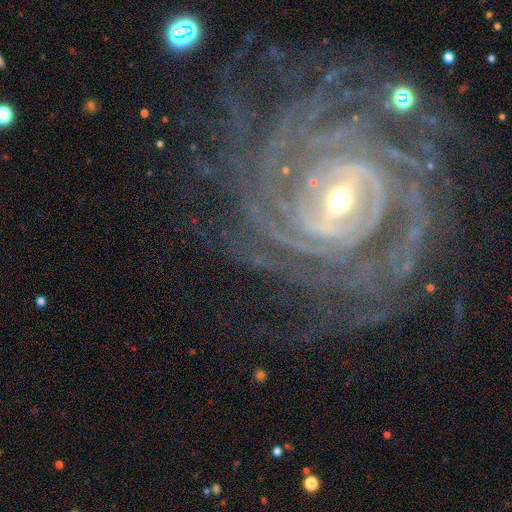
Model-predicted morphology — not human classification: Q: Smooth or featured?
A: featured or disk (90%); runner-up: star or artifact (7%)
Q: Edge-on disk?
A: no (97%); runner-up: yes (3%)
Q: Bar?
A: strong (51%); runner-up: weak (33%)
Q: Spiral arms?
A: yes (98%); runner-up: no (2%)
Q: Spiral winding?
A: tight (77%); runner-up: medium (19%)
Q: Spiral arm count?
A: more than 4 (25%); runner-up: can't tell (21%)
Q: Bulge size?
A: small (51%); runner-up: moderate (43%)
Q: Merging?
A: none (70%); runner-up: minor disturbance (15%)